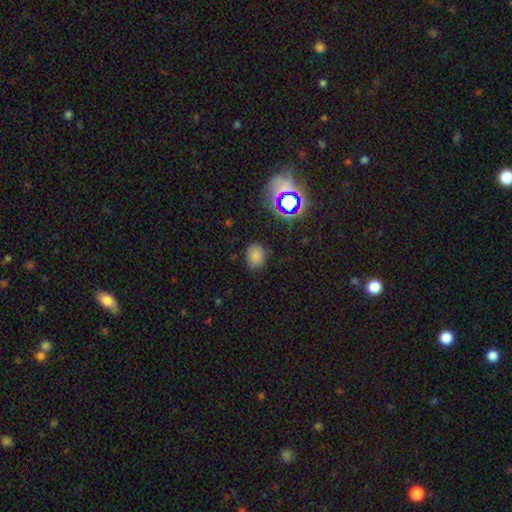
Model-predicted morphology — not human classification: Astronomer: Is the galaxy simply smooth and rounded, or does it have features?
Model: smooth — 76%.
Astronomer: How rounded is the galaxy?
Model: in between — 53% (runner-up: round, 46%).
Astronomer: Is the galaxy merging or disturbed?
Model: none — 83%.